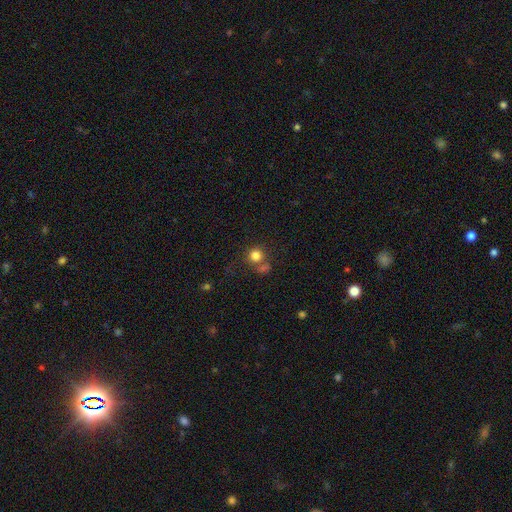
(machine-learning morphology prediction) Smooth or featured? smooth (80%)
How rounded? round (89%)
Merging? none (59%)